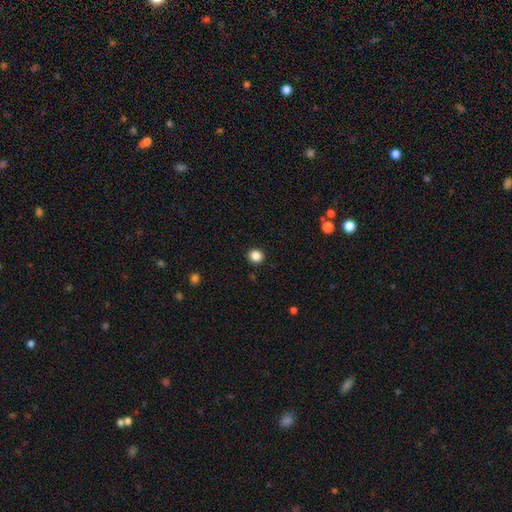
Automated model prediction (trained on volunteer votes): This is clearly a smooth galaxy (86%). How rounded: clearly round (91%). Merging: clearly none (93%).